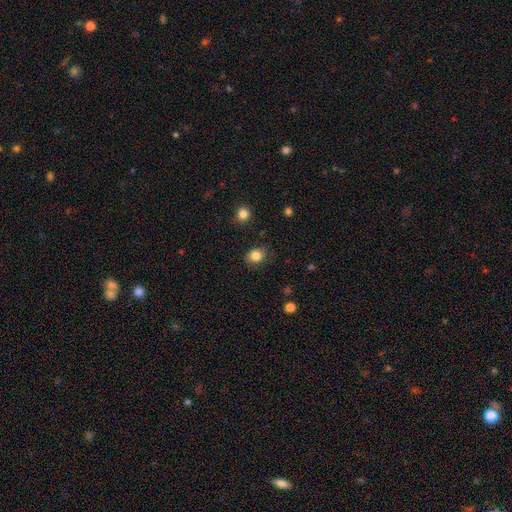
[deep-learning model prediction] A smooth galaxy with no disk features (84%) that is round (64%).

Vote fractions:
- Smooth or featured? smooth: 84% / star or artifact: 10% / featured or disk: 6%
- How rounded? round: 64% / in between: 36% / cigar-shaped: 1%
- Merging? none: 84% / minor disturbance: 12% / major disturbance: 3% / merger: 1%